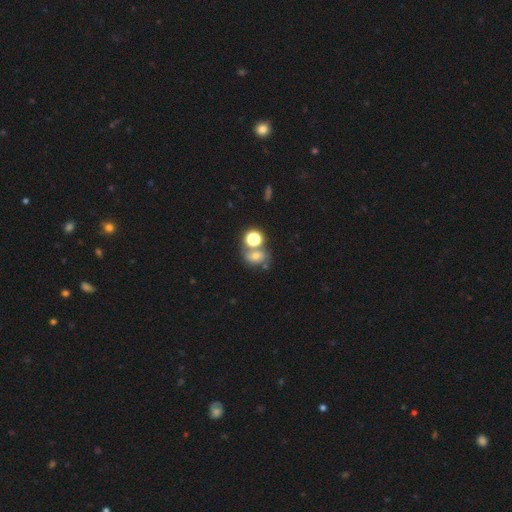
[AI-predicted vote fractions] A smooth galaxy with no disk features (56%) that is round (52%). Merging: none (47%).